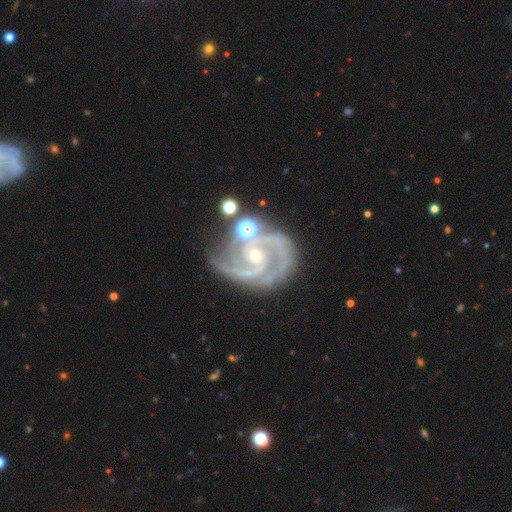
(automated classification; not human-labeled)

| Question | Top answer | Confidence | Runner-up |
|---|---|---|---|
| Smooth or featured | featured or disk | 91% | star or artifact (5%) |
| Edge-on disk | no | 98% | yes (2%) |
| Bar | no | 55% | weak (32%) |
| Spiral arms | yes | 98% | no (2%) |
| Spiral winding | medium | 51% | tight (41%) |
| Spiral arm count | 2 | 71% | 3 (15%) |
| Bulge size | small | 68% | moderate (28%) |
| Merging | none | 61% | minor disturbance (20%) |